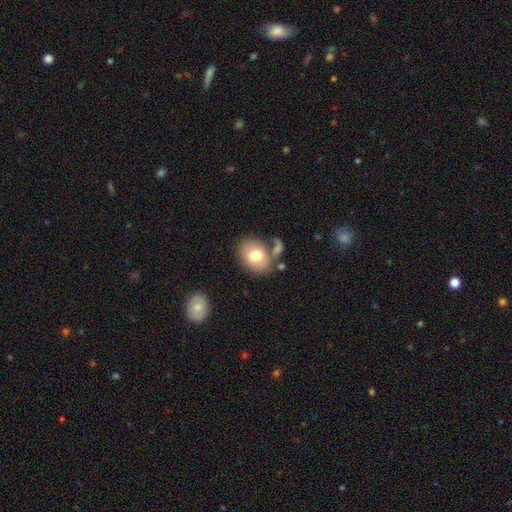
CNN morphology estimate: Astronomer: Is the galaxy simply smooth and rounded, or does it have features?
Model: smooth — 73%.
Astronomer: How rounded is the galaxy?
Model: in between — 59% (runner-up: round, 40%).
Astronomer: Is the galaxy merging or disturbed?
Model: none — 59%.